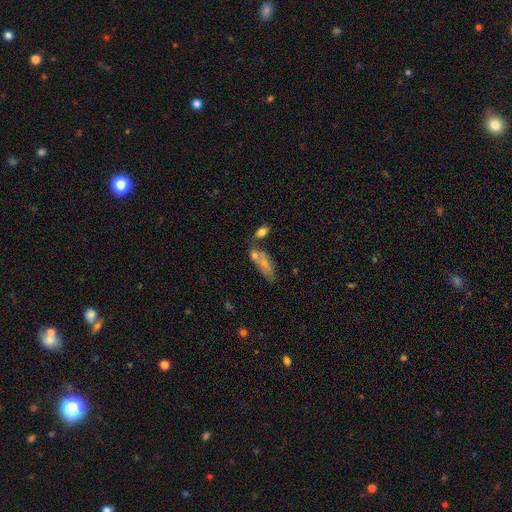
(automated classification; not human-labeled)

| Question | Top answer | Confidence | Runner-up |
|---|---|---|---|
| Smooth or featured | smooth | 61% | featured or disk (28%) |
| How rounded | in between | 66% | cigar-shaped (29%) |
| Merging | none | 45% | merger (29%) |